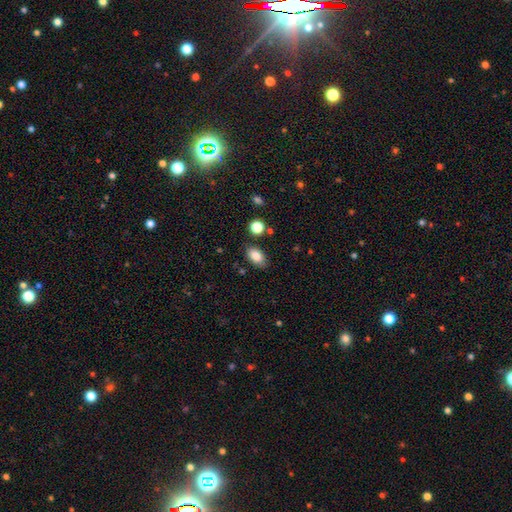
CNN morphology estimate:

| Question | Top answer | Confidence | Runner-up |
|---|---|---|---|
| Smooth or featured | smooth | 86% | star or artifact (8%) |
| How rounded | in between | 90% | round (8%) |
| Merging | none | 81% | minor disturbance (13%) |